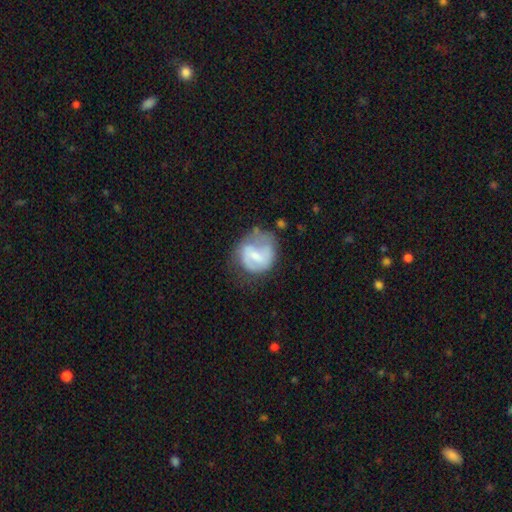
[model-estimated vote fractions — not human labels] A featured or disk galaxy (56%) with a weak bar (51%), spiral arms (70%) and a small central bulge (47%). Merging: none (41%).